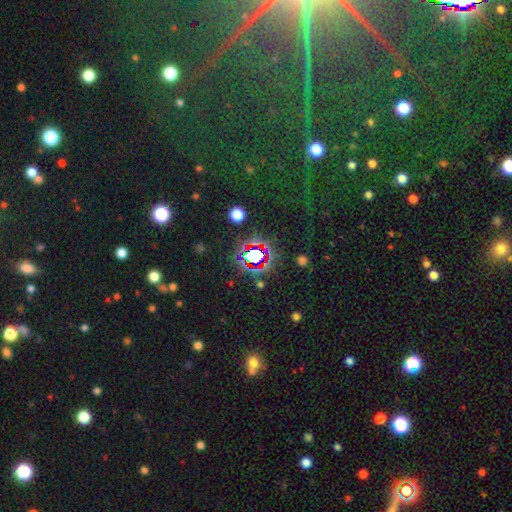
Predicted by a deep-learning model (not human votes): Q: Smooth or featured?
A: star or artifact (72%); runner-up: smooth (17%)